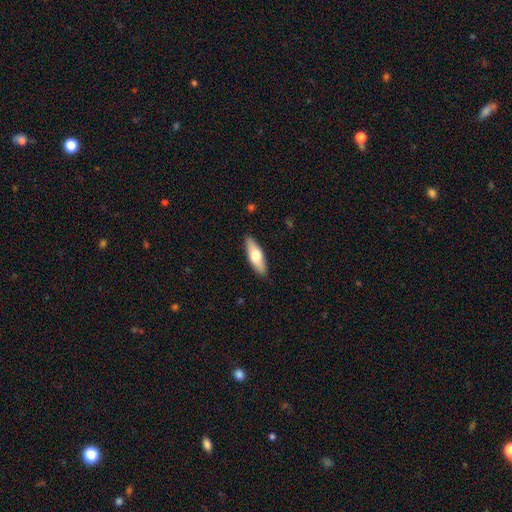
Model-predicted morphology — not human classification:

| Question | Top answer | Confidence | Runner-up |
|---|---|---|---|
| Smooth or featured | smooth | 57% | featured or disk (38%) |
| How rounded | in between | 55% | cigar-shaped (42%) |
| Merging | none | 89% | minor disturbance (9%) |